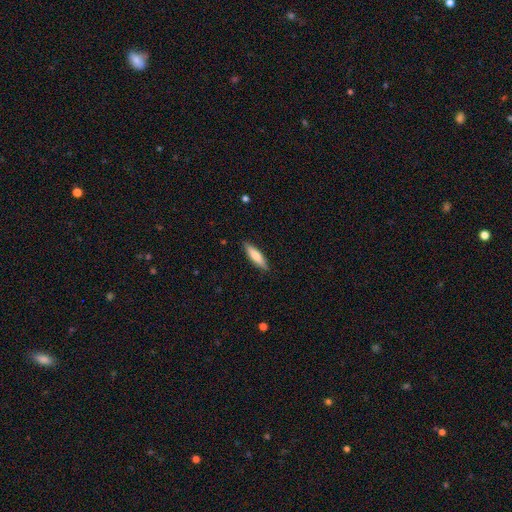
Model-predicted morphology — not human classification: This is likely a smooth galaxy (73%). How rounded: likely cigar-shaped (66%). Merging: clearly none (87%).